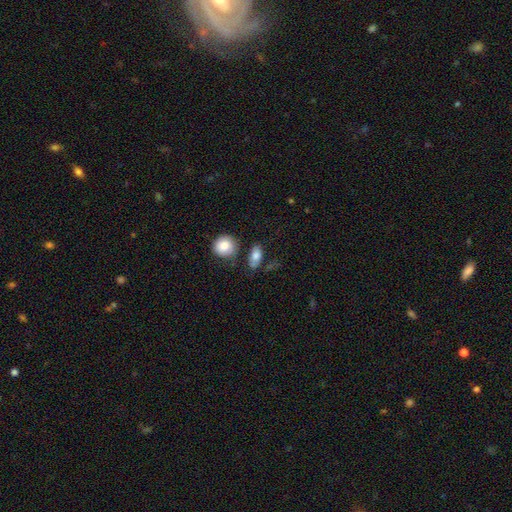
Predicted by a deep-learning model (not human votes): A smooth galaxy with no disk features (79%) that is in between round and cigar-shaped (81%). Merging: none (66%).